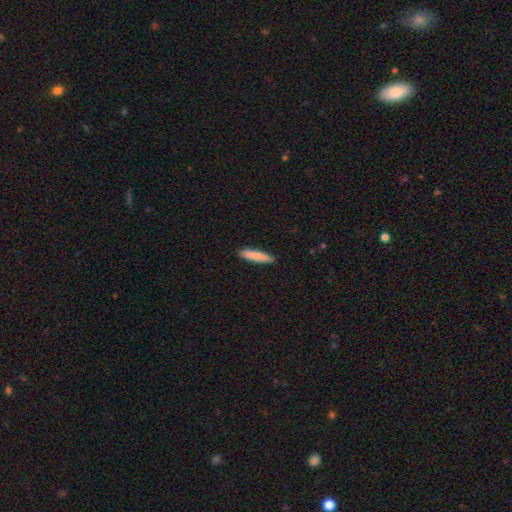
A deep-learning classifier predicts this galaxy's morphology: This appears to be a smooth galaxy with no disk features (81%) that is cigar-shaped (86%). Merging: none (90%).